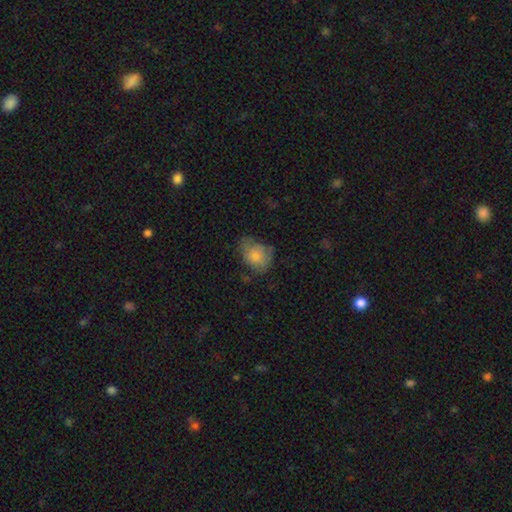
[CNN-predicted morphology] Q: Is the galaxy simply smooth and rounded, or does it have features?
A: smooth — 74%.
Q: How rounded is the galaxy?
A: in between — 53%.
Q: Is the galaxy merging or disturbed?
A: none — 40%.